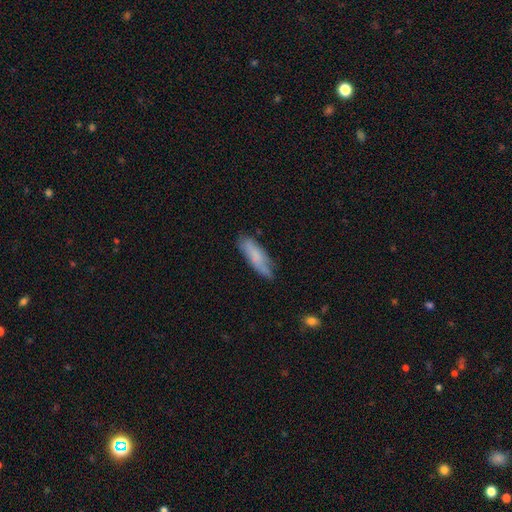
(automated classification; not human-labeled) Q: Smooth or featured?
A: smooth (72%); runner-up: featured or disk (21%)
Q: How rounded?
A: cigar-shaped (57%); runner-up: in between (41%)
Q: Merging?
A: none (68%); runner-up: minor disturbance (25%)